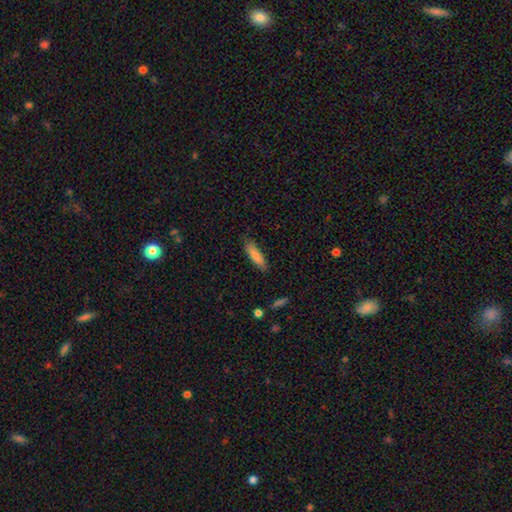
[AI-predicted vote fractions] This appears to be a smooth galaxy with no disk features (79%) that is cigar-shaped (61%). Merging: none (78%).